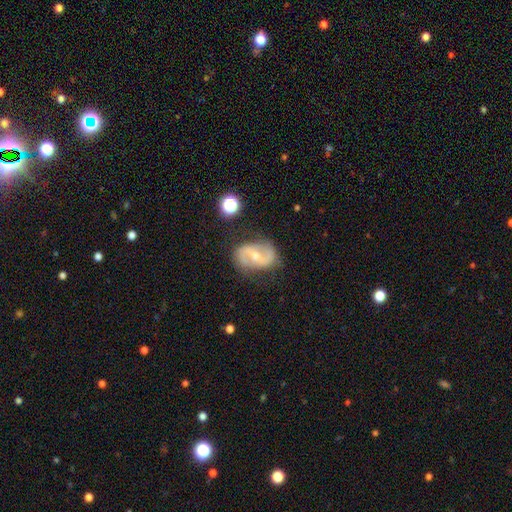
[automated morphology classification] Smooth or featured? Predicted: featured or disk (p=0.80). Edge-on disk? Predicted: no (p=0.97). Bar? Predicted: weak (p=0.43). Spiral arms? Predicted: yes (p=0.90). Spiral winding? Predicted: medium (p=0.46). Spiral arm count? Predicted: 2 (p=0.90). Bulge size? Predicted: moderate (p=0.52). Merging? Predicted: none (p=0.76).